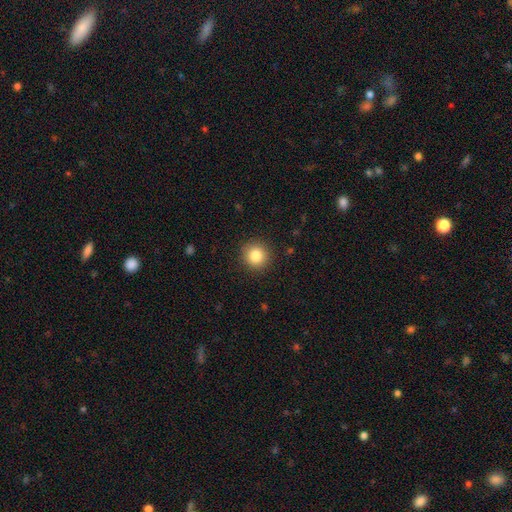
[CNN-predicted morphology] A smooth galaxy with no disk features (84%) that is round (94%). Merging: none (91%).